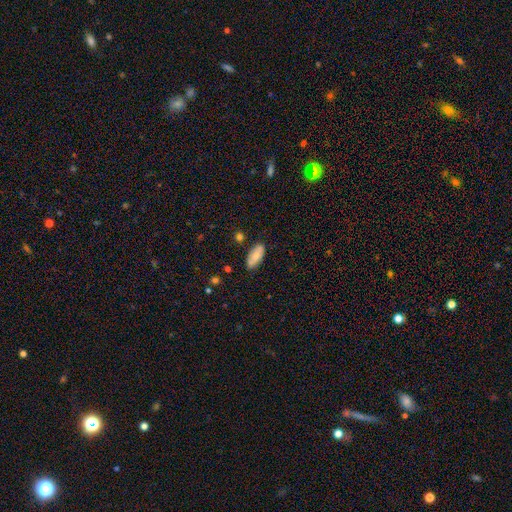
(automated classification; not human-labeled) smooth 77%, featured or disk 16%, star or artifact 7%. Down the decision tree: how rounded — in between (84%); merging — none (81%).